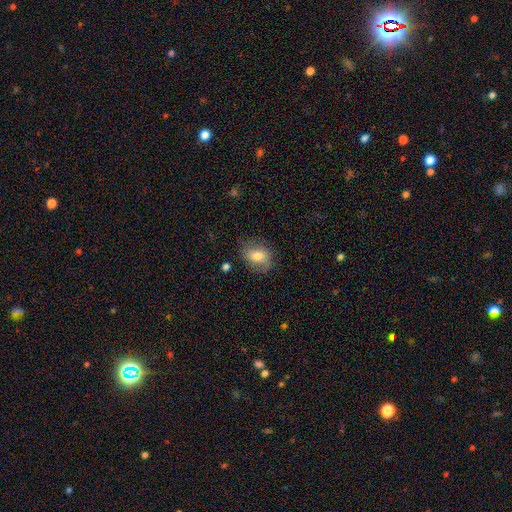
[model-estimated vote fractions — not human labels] Smooth or featured: smooth — 67% (featured or disk — 25%)
How rounded: in between — 58% (round — 41%)
Merging: none — 74% (minor disturbance — 18%)